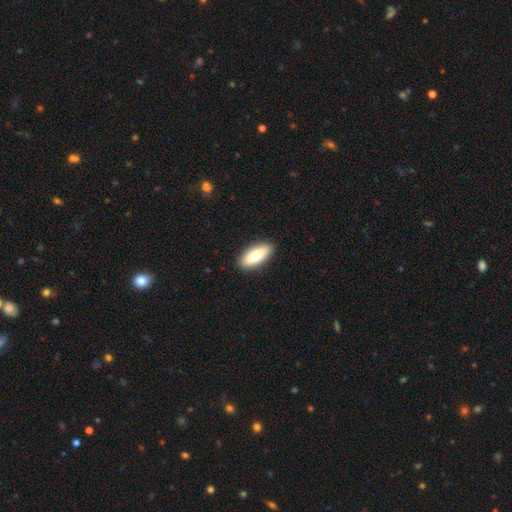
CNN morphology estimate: Overall: smooth (75%). How rounded: in between (83%). Merging: none (90%).